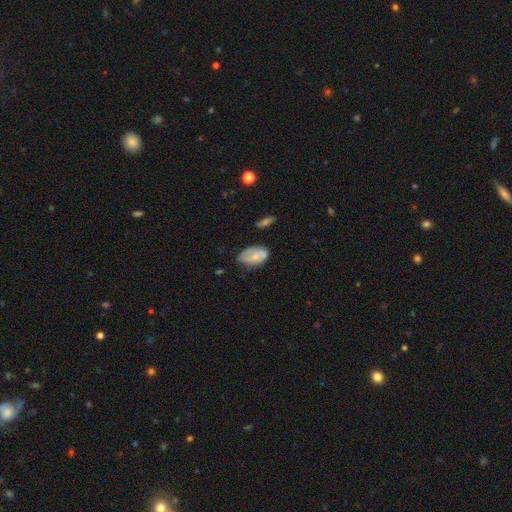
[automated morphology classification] Overall: smooth (67%). How rounded: in between (91%). Merging: none (50%; minor disturbance 35%).